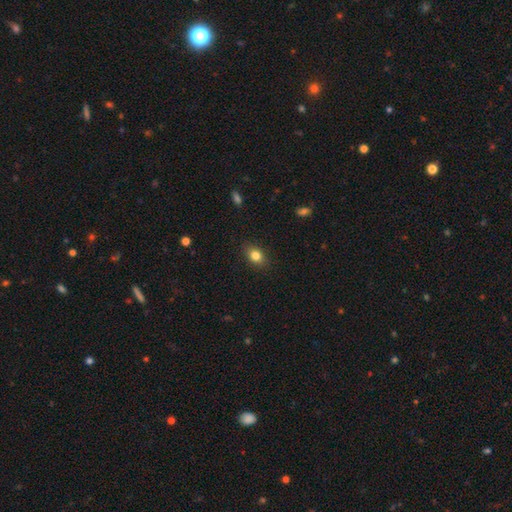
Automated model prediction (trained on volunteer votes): smooth 83%, star or artifact 10%, featured or disk 8%. Down the decision tree: how rounded — in between (69%); merging — none (86%).